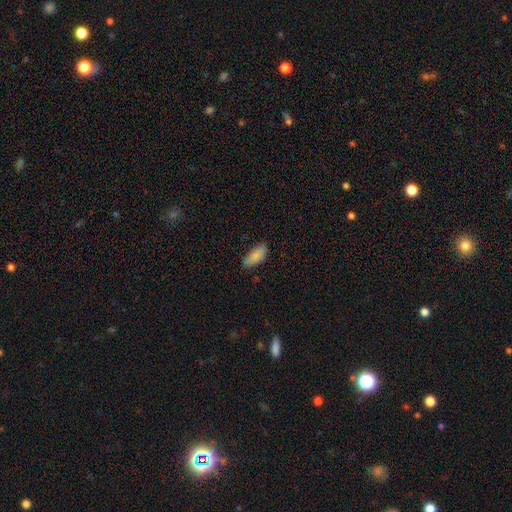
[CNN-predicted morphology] Q: Smooth or featured?
A: smooth (86%); runner-up: featured or disk (7%)
Q: How rounded?
A: in between (85%); runner-up: cigar-shaped (13%)
Q: Merging?
A: none (72%); runner-up: minor disturbance (23%)